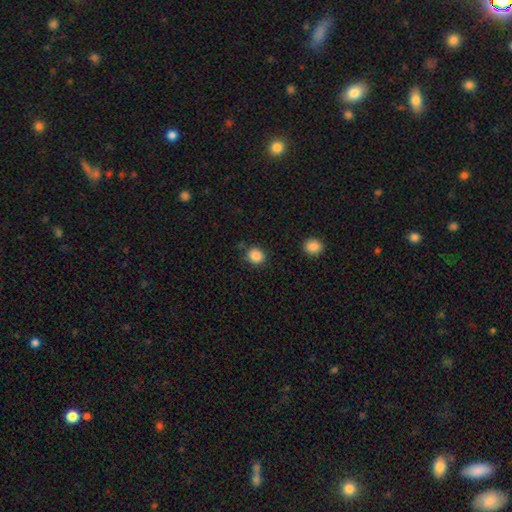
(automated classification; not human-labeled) A smooth galaxy with no disk features (87%) that is round (78%).

Vote fractions:
- Smooth or featured? smooth: 87% / star or artifact: 9% / featured or disk: 4%
- How rounded? round: 78% / in between: 21% / cigar-shaped: 1%
- Merging? none: 84% / minor disturbance: 10% / merger: 3% / major disturbance: 3%